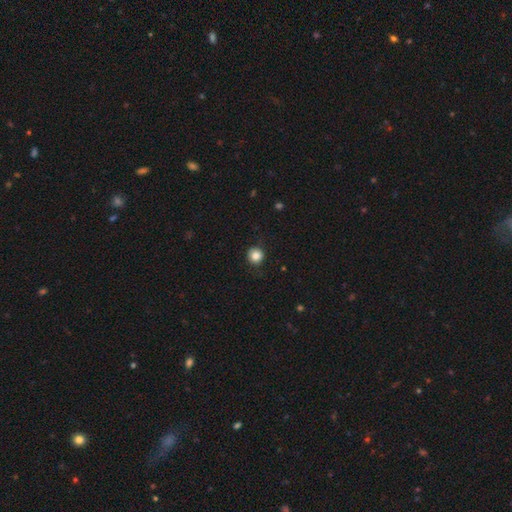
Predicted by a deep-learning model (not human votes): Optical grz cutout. It shows a smooth galaxy with no disk features (83%) that is round (93%). Merging: none (86%).